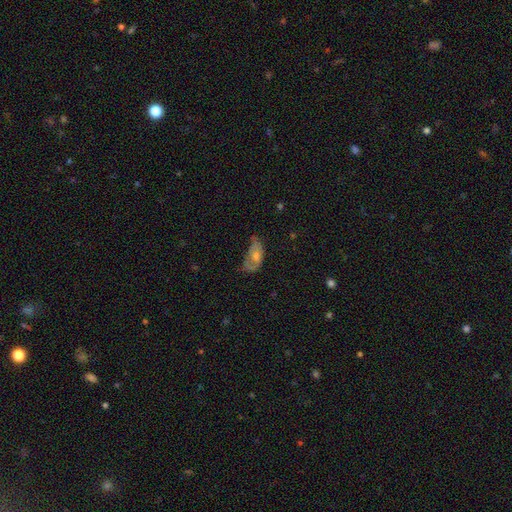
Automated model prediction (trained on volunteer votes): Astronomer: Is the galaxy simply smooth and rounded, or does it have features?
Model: featured or disk — 47% (runner-up: smooth, 43%).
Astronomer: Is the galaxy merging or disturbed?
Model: none — 36% (runner-up: minor disturbance, 32%).